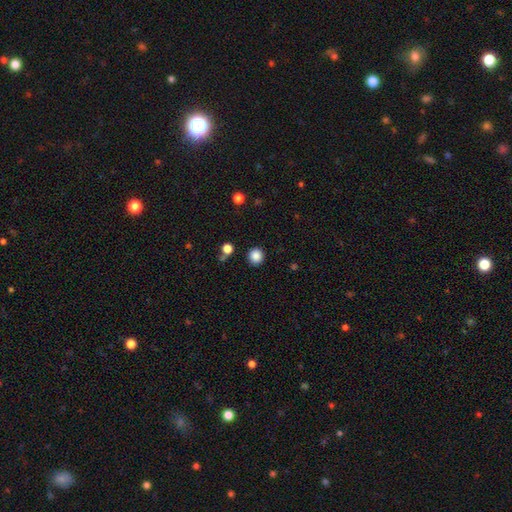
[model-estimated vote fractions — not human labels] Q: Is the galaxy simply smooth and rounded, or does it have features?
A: smooth — 86%.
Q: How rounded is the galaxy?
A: round — 94%.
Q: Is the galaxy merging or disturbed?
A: none — 90%.